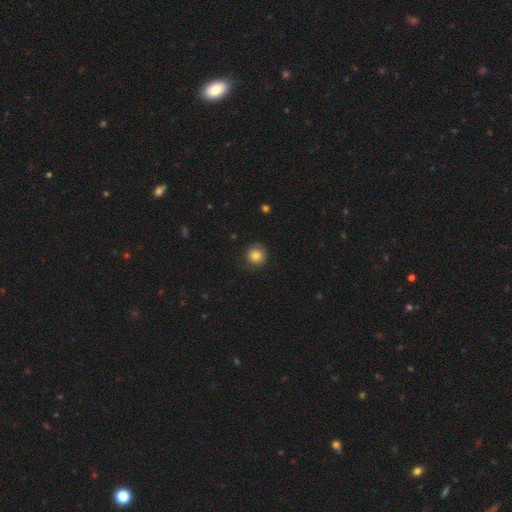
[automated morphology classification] The model was most divided on "smooth or featured": smooth: 76%, featured or disk: 16%, star or artifact: 8%. More confident: how rounded — round (92%); merging — none (77%).